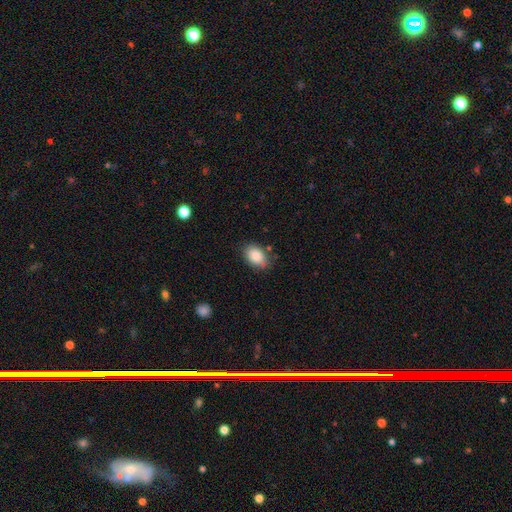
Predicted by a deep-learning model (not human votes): smooth_or_featured: smooth (p=0.88) [alt: star or artifact p=0.07]
how_rounded: in between (p=0.85) [alt: round p=0.14]
merging: none (p=0.79) [alt: minor disturbance p=0.16]